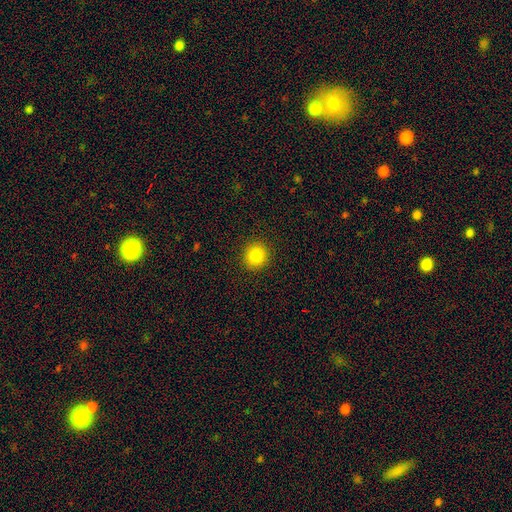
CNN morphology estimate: smooth-or-featured: smooth: 85% | star or artifact: 10% | featured or disk: 5%
  how-rounded: round: 87% | in between: 12% | cigar-shaped: 1%
  merging: none: 91% | minor disturbance: 6% | major disturbance: 2% | merger: 1%